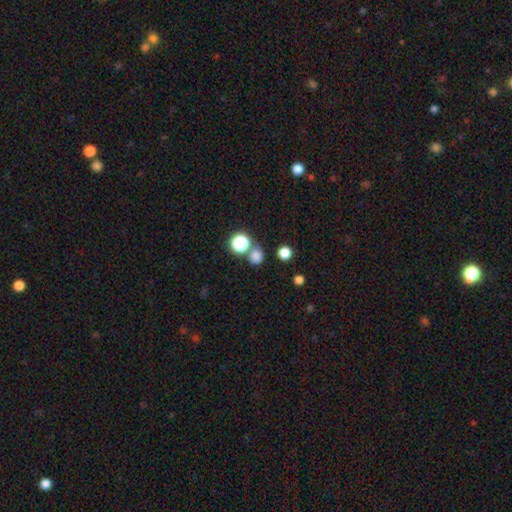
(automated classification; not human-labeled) This appears to be a smooth galaxy with no disk features (75%) that is round (83%). Merging: none (72%).